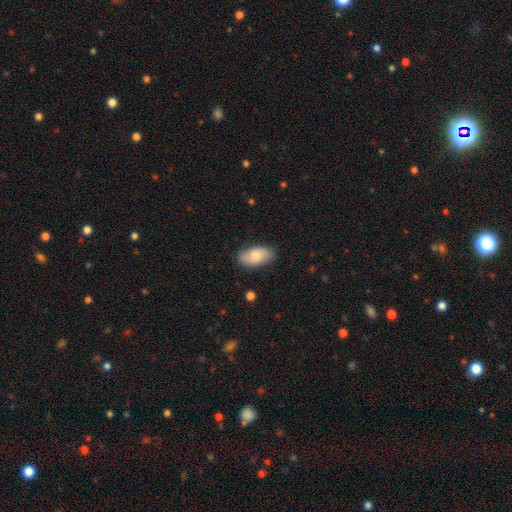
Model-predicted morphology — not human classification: smooth-or-featured: smooth: 76% | featured or disk: 18% | star or artifact: 6%
  how-rounded: in between: 94% | round: 4% | cigar-shaped: 3%
  merging: none: 83% | minor disturbance: 13% | major disturbance: 3% | merger: 1%